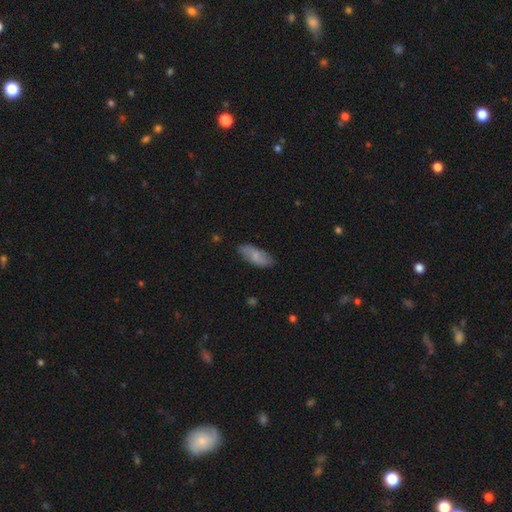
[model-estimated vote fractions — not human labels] Smooth or featured? Predicted: smooth (p=0.70). How rounded? Predicted: in between (p=0.84). Merging? Predicted: none (p=0.80).